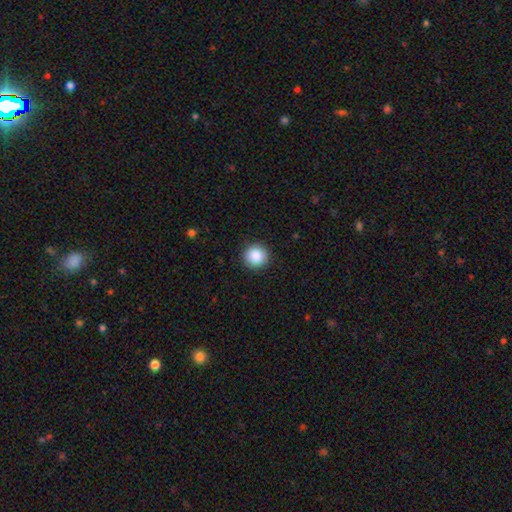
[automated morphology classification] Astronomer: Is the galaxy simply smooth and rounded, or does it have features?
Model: smooth — 88%.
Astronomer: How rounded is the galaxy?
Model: round — 94%.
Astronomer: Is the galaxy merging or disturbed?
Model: none — 92%.